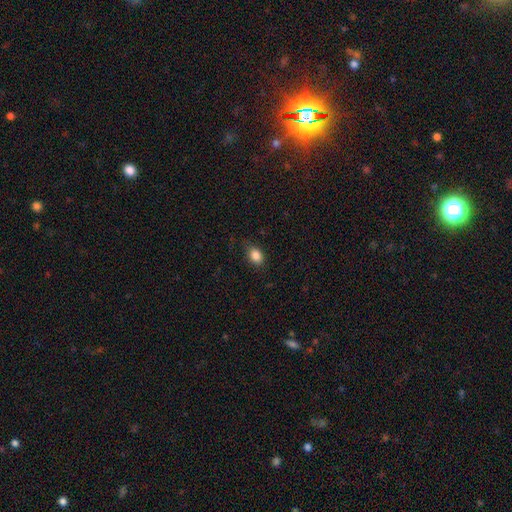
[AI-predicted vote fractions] Overall: smooth (86%). How rounded: in between (74%). Merging: none (78%).